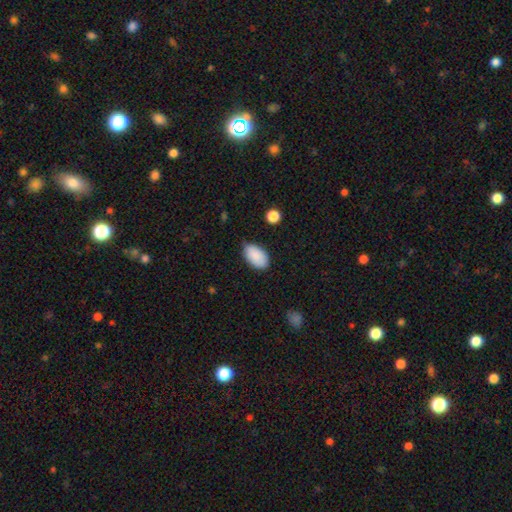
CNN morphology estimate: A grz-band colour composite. It shows a smooth galaxy with no disk features (89%) that is in between round and cigar-shaped (94%). Merging: none (74%).